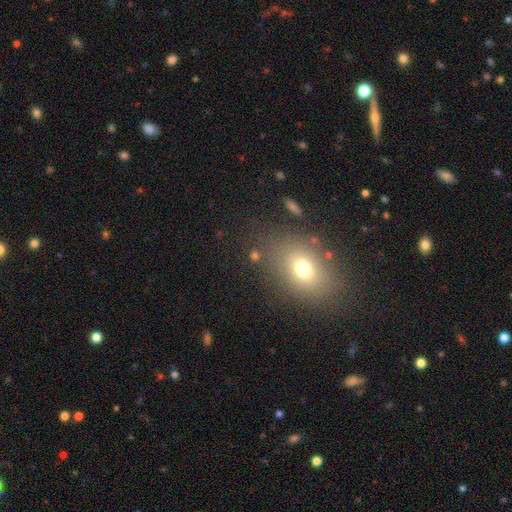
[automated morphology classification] Smooth or featured? smooth (66%)
How rounded? in between (62%)
Merging? none (78%)